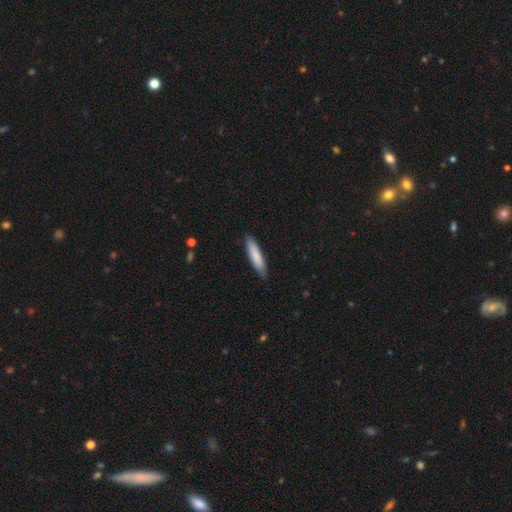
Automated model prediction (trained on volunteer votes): Smooth or featured?
  - smooth: 83% *
  - featured or disk: 12%
  - star or artifact: 5%
How rounded?
  - cigar-shaped: 80% *
  - in between: 19%
  - round: 1%
Merging?
  - none: 86% *
  - minor disturbance: 11%
  - major disturbance: 2%
  - merger: 1%